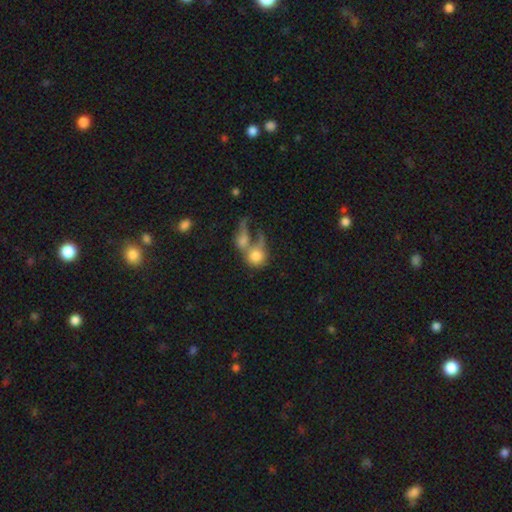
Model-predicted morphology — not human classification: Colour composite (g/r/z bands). It shows a smooth galaxy with no disk features (67%) that is round (68%). Merging: merger (66%).